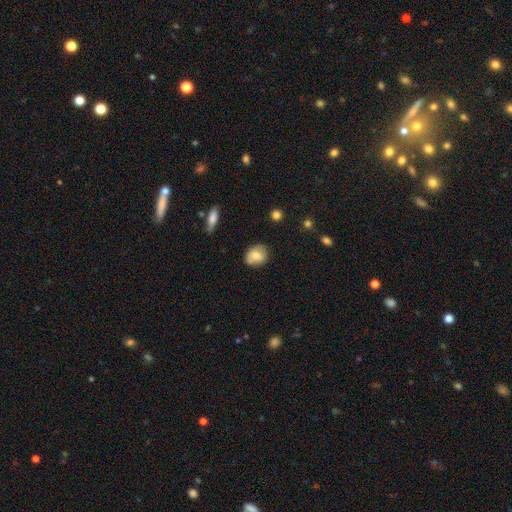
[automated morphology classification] Smooth or featured? smooth (76%)
How rounded? round (52%)
Merging? none (76%)